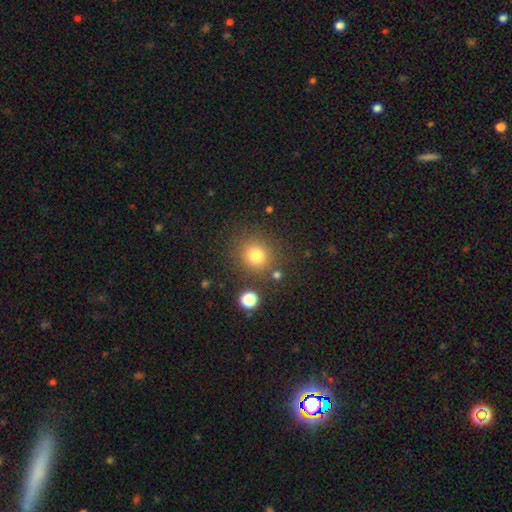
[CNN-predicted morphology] This is likely a smooth galaxy (78%). How rounded: clearly round (89%). Merging: clearly none (82%).